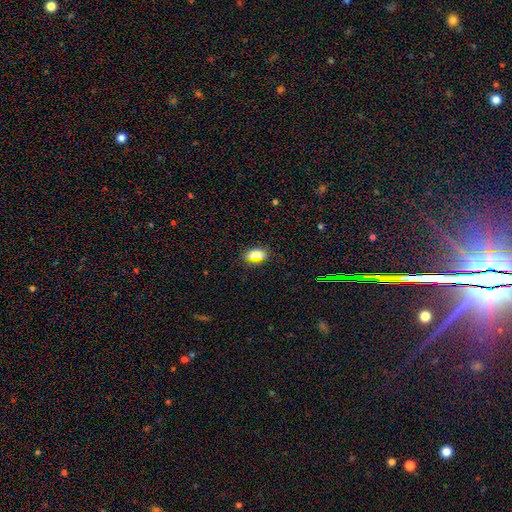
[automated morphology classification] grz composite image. It shows a smooth galaxy with no disk features (58%) that is in between round and cigar-shaped (68%). Merging: none (85%).